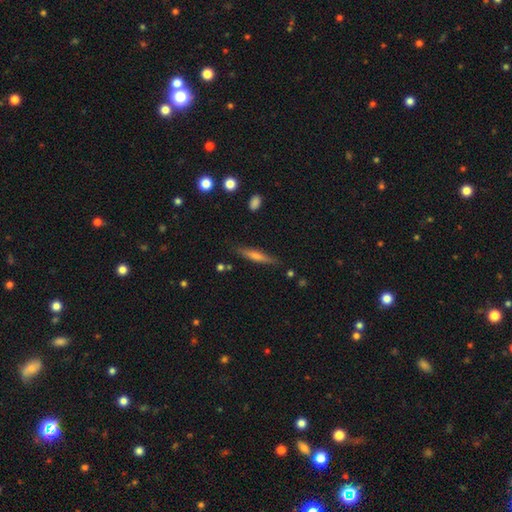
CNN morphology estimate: Smooth or featured?
  - featured or disk: 47% *
  - smooth: 45%
  - star or artifact: 8%
Merging?
  - none: 86% *
  - minor disturbance: 10%
  - major disturbance: 2%
  - merger: 2%